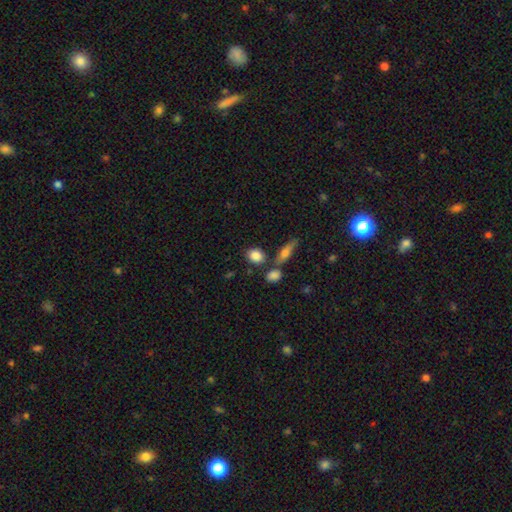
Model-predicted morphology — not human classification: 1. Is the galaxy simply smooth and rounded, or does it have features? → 84% smooth, 8% featured or disk, 8% star or artifact.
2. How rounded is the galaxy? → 54% in between, 42% round, 4% cigar-shaped.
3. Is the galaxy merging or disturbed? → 68% none, 17% merger, 11% minor disturbance, 4% major disturbance.